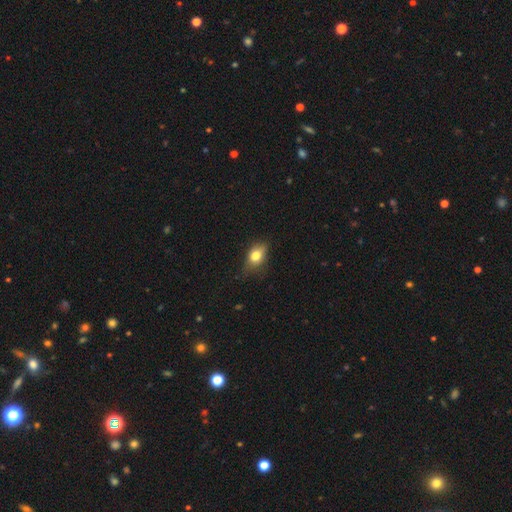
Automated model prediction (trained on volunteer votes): smooth_or_featured: smooth (p=0.77) [alt: featured or disk p=0.14]
how_rounded: in between (p=0.75) [alt: round p=0.21]
merging: none (p=0.61) [alt: minor disturbance p=0.30]